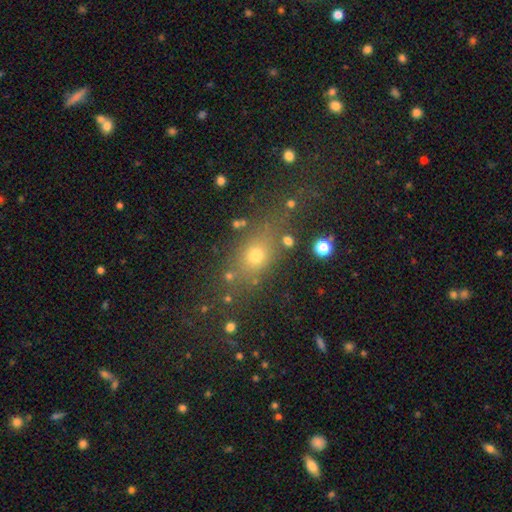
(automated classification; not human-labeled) A smooth galaxy with no disk features (64%) that is in between round and cigar-shaped (50%). Merging: none (65%).